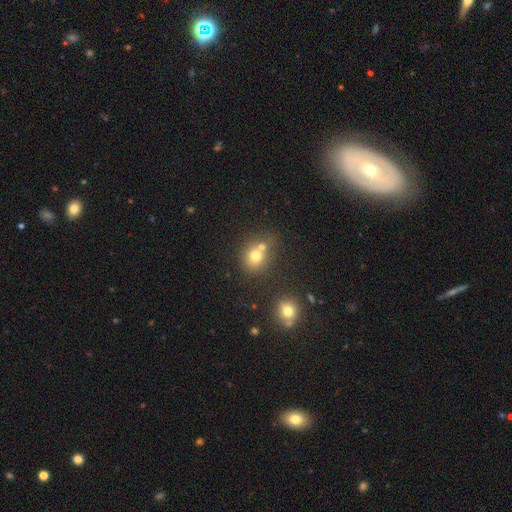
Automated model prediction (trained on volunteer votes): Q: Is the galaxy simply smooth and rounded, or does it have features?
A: smooth — 73%.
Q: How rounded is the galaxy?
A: round — 75%.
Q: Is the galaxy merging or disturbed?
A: none — 48%.